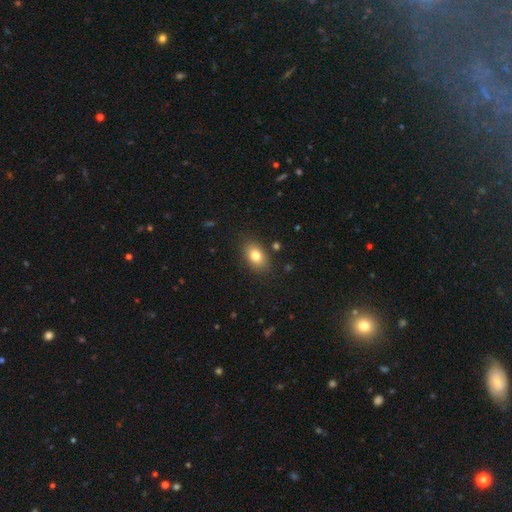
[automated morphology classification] Smooth or featured? Predicted: smooth (p=0.81). How rounded? Predicted: in between (p=0.86). Merging? Predicted: none (p=0.85).